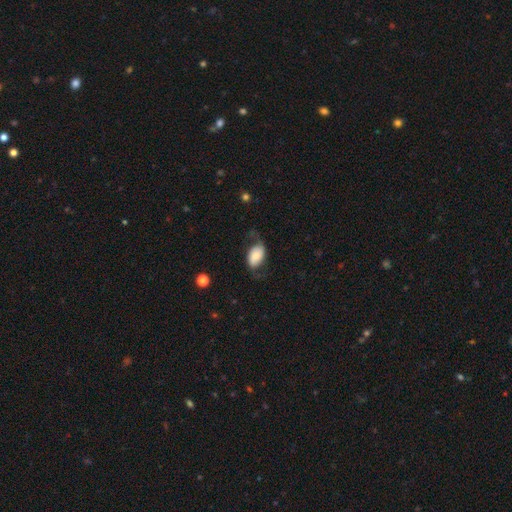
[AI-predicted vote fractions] smooth_or_featured: smooth (p=0.55) [alt: featured or disk p=0.37]
how_rounded: in between (p=0.90) [alt: round p=0.08]
merging: none (p=0.53) [alt: minor disturbance p=0.27]